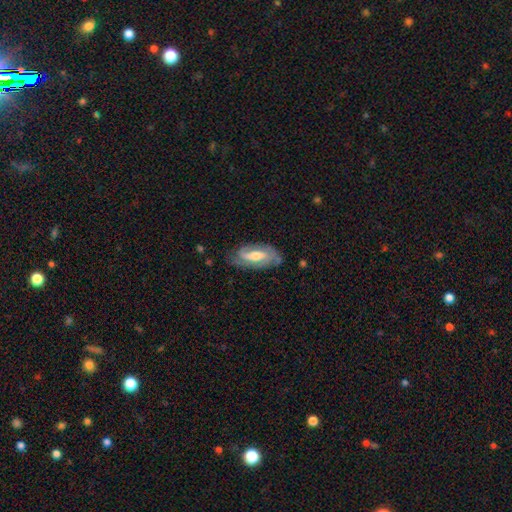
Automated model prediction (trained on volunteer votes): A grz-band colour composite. It shows a featured or disk galaxy (73%) with a weak bar (43%), 2 (68%) medium (42%) spiral arms (88%) and a moderate central bulge (63%). Merging: none (70%).